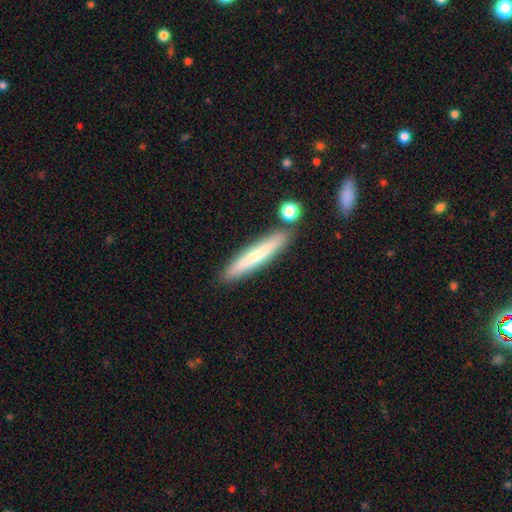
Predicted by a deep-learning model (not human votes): smooth-or-featured: smooth: 63% | featured or disk: 30% | star or artifact: 6%
  how-rounded: cigar-shaped: 93% | in between: 6% | round: 1%
  merging: none: 83% | minor disturbance: 9% | merger: 5% | major disturbance: 2%